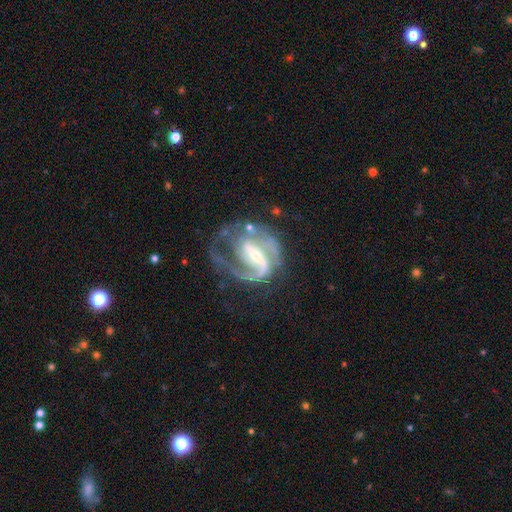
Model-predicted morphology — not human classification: Overall: featured or disk (90%). Edge-on disk: no (97%). Bar: strong (51%; weak 37%). Spiral arms: yes (96%). Spiral arm count: 2 (54%; 1 21%). Spiral winding: medium (50%; tight 30%). Bulge size: small (59%; moderate 35%). Merging: none (46%; major disturbance 30%).